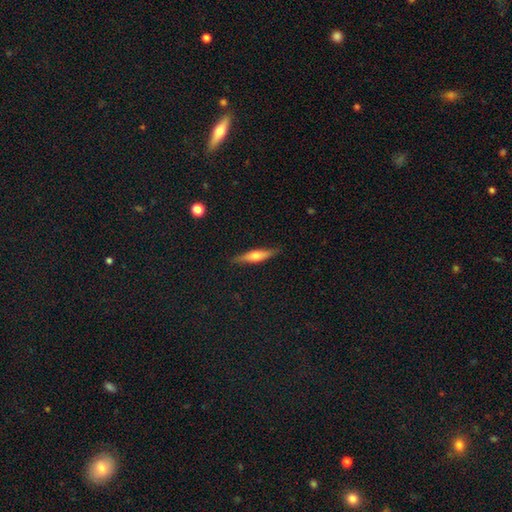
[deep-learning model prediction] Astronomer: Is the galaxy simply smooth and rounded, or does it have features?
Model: featured or disk — 52% (runner-up: smooth, 42%).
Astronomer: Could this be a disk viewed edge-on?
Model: yes — 94%.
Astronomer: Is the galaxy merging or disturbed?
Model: none — 87%.